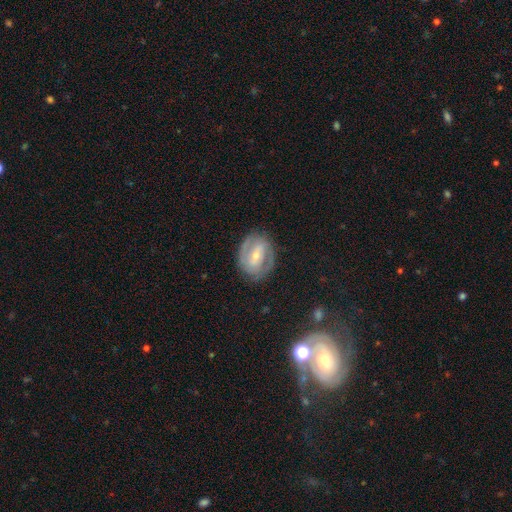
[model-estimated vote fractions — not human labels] Morphology: type=featured or disk (71%); edge-on=no (96%); bar=weak (40%); spiral arms=yes (74%); winding=tight (49%); arm count=2 (74%); bulge=small (56%); merging=none (79%).